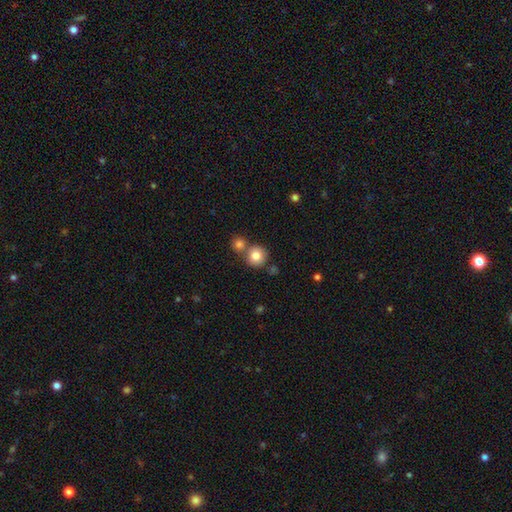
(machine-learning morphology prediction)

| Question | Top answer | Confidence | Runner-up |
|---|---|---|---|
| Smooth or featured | smooth | 81% | star or artifact (10%) |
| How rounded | round | 91% | in between (8%) |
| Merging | none | 61% | merger (28%) |